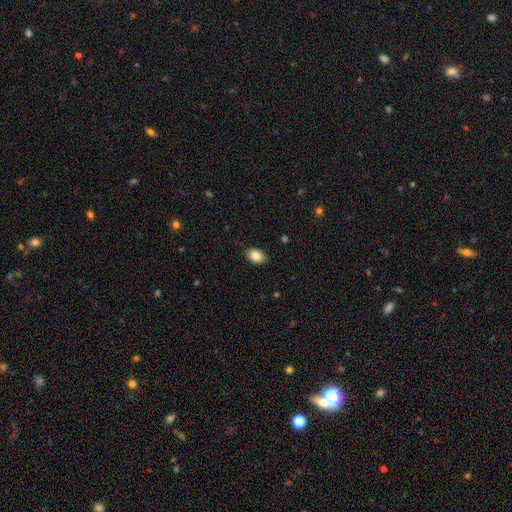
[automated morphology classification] A smooth galaxy with no disk features (86%) that is in between round and cigar-shaped (85%). Merging: none (85%).